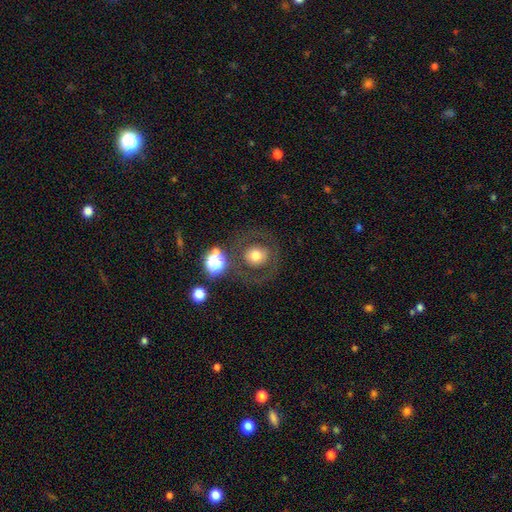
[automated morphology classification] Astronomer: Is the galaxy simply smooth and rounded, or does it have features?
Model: smooth — 56% (runner-up: featured or disk, 32%).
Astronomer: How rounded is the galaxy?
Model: round — 87%.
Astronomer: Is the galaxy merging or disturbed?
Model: none — 72%.